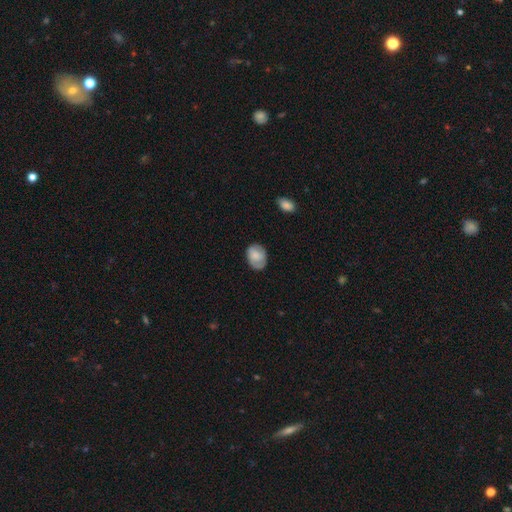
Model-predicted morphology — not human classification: Smooth or featured: smooth — 70% (featured or disk — 23%)
How rounded: in between — 68% (round — 31%)
Merging: none — 71% (minor disturbance — 22%)